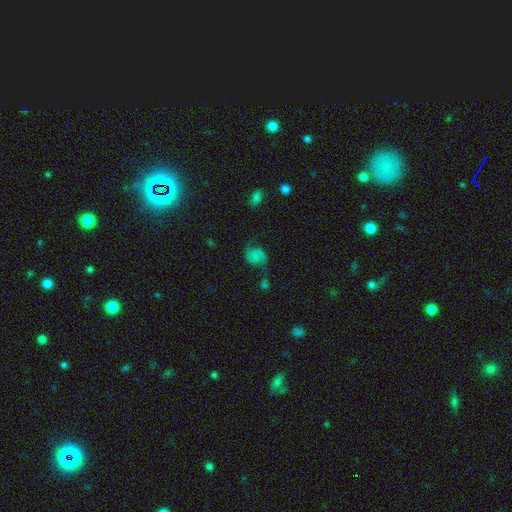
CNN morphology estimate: Smooth or featured: smooth — 45% (featured or disk — 41%)
Merging: none — 48% (minor disturbance — 24%)